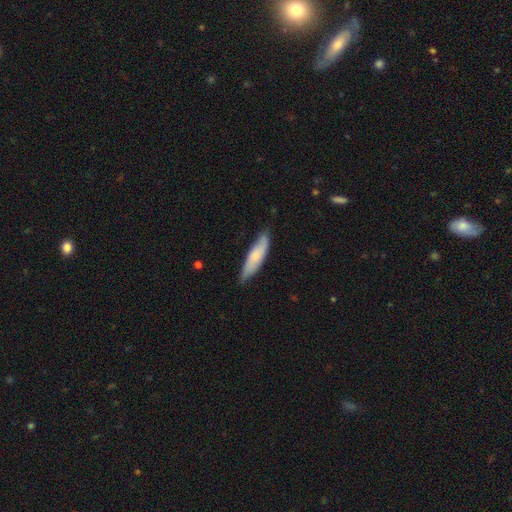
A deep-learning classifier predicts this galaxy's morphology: smooth 66%, featured or disk 28%, star or artifact 6%. Down the decision tree: how rounded — cigar-shaped (68%); merging — none (75%).